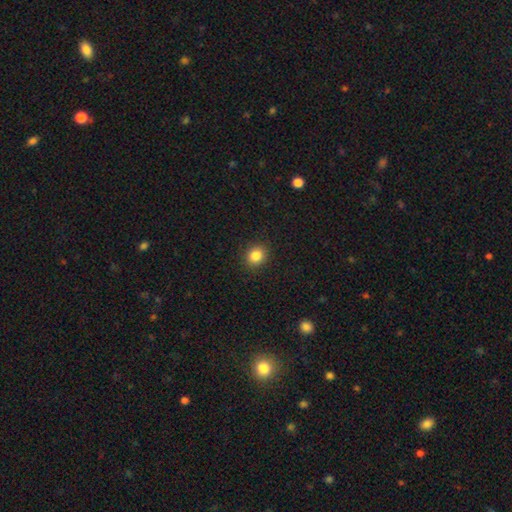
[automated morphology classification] Q: Smooth or featured?
A: smooth (85%); runner-up: star or artifact (10%)
Q: How rounded?
A: round (71%); runner-up: in between (28%)
Q: Merging?
A: none (90%); runner-up: minor disturbance (7%)